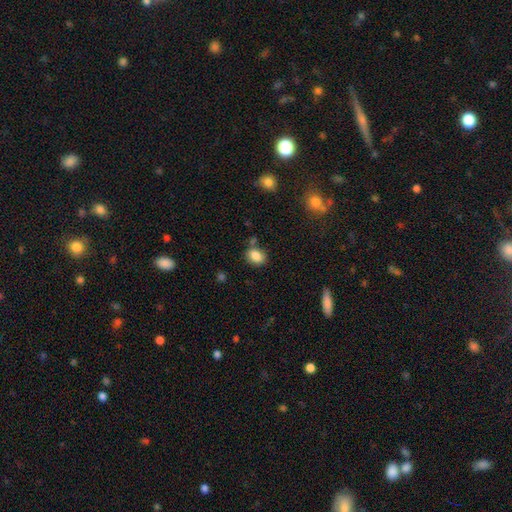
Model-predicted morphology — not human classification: A smooth galaxy with no disk features (85%) that is in between round and cigar-shaped (62%). Merging: none (72%).